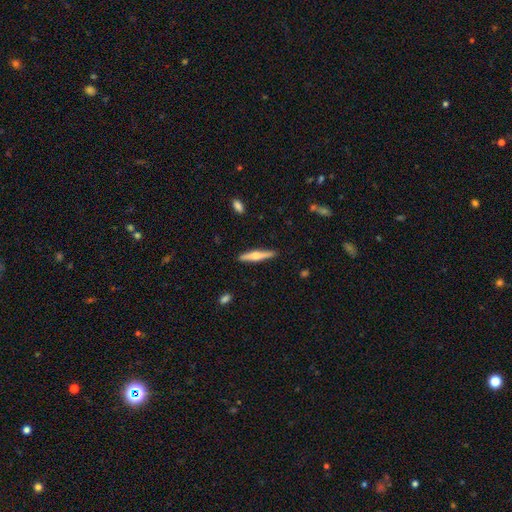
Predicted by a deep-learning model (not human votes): Overall: featured or disk (57%; smooth 38%). Edge-on disk: yes (97%). Edge-on bulge: rounded (88%). Merging: none (89%).